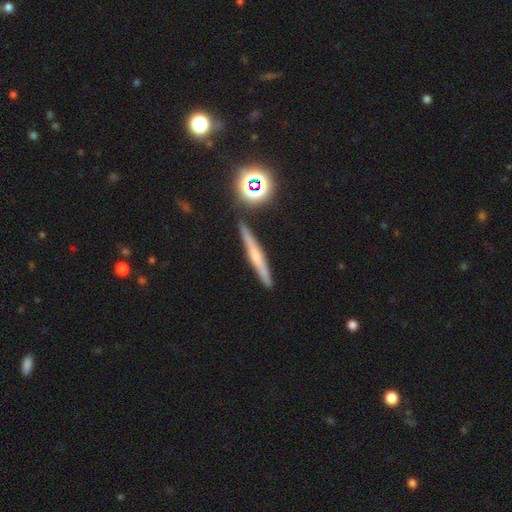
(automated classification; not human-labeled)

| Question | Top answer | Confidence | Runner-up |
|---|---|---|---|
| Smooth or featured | featured or disk | 61% | smooth (23%) |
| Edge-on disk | yes | 93% | no (7%) |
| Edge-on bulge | rounded | 72% | none (20%) |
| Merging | none | 84% | minor disturbance (9%) |